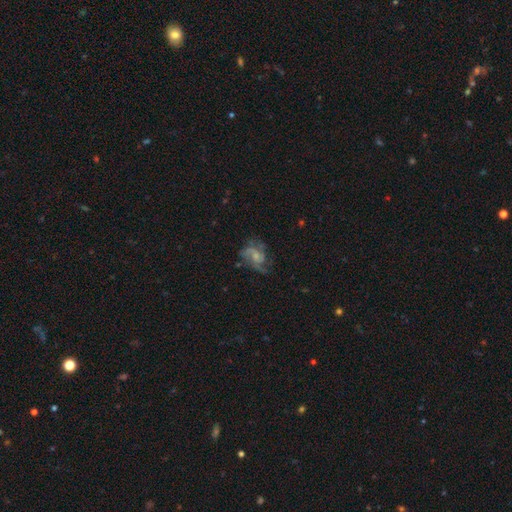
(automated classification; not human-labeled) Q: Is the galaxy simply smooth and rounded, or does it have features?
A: featured or disk — 77%.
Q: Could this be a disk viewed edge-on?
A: no — 98%.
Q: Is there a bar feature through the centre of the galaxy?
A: no — 67%.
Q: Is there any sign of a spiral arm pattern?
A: yes — 91%.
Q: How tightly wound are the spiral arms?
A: medium — 48%.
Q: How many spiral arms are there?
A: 2 — 44%.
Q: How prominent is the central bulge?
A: small — 53%.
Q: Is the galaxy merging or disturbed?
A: none — 52%.